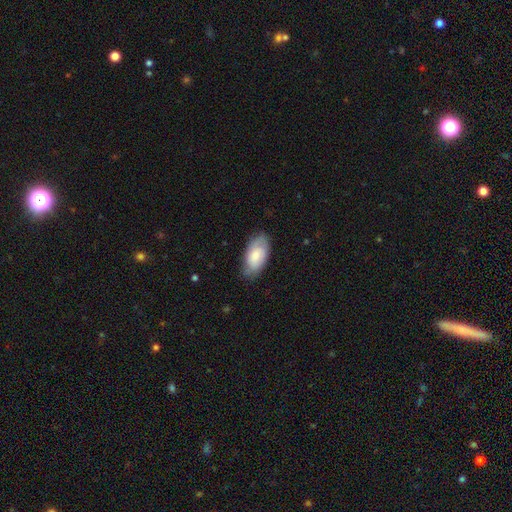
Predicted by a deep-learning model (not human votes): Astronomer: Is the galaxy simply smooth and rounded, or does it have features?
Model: smooth — 72%.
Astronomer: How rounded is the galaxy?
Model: in between — 94%.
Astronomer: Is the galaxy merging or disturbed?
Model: none — 74%.